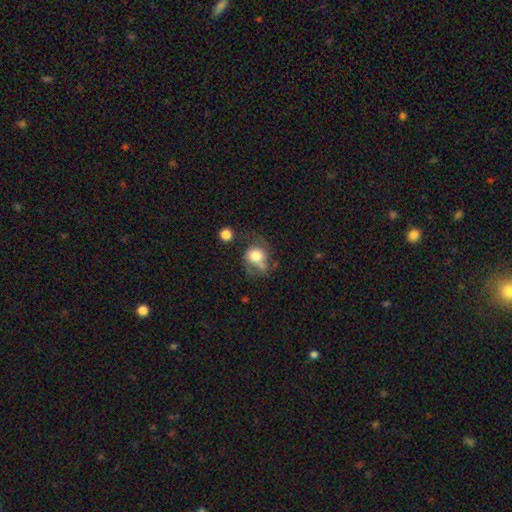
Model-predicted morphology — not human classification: type=smooth (64%); roundness=round (62%); merging=none (37%).